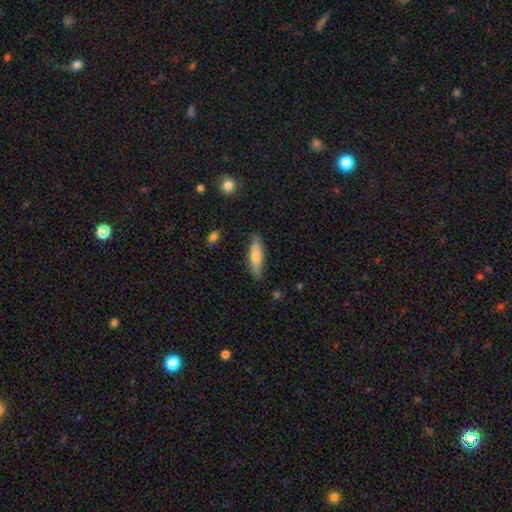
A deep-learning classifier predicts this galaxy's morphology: This appears to be a smooth galaxy with no disk features (71%) that is cigar-shaped (56%). Merging: none (80%).